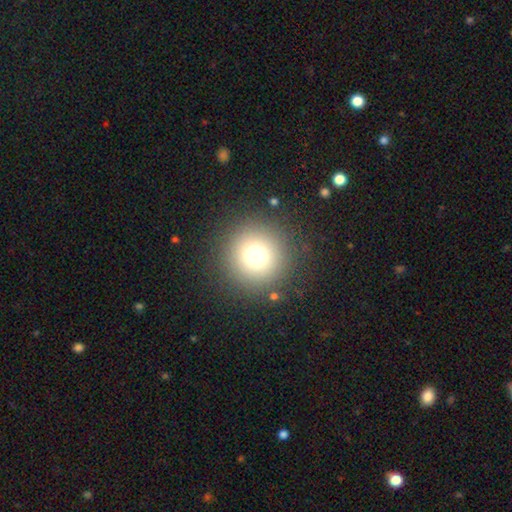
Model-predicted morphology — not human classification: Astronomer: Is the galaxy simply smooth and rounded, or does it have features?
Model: smooth — 74%.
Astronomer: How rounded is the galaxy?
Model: round — 96%.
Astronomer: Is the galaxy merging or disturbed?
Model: none — 89%.